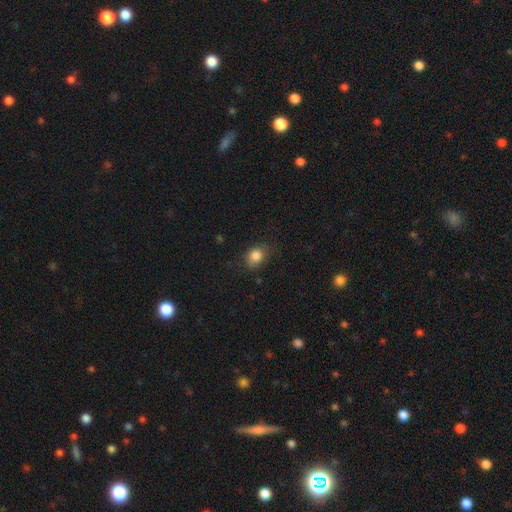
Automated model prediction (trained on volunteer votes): Overall: smooth (84%). How rounded: in between (57%; round 42%). Merging: none (73%).